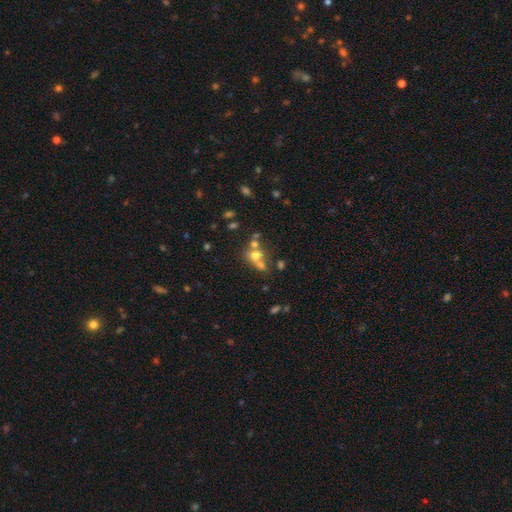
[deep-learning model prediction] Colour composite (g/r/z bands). It shows a smooth galaxy with no disk features (60%) that is round (69%). Merging: merger (50%).